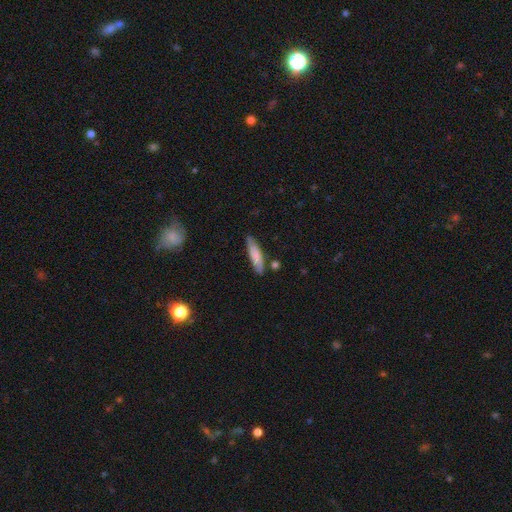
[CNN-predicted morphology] smooth_or_featured: smooth (p=0.78) [alt: featured or disk p=0.17]
how_rounded: cigar-shaped (p=0.74) [alt: in between p=0.25]
merging: none (p=0.78) [alt: minor disturbance p=0.15]